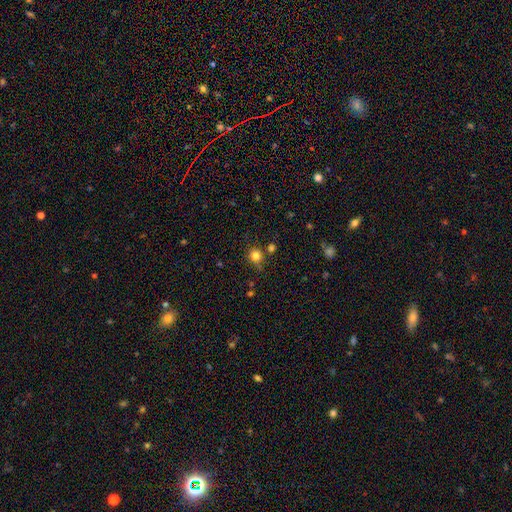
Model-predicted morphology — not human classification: Smooth or featured: smooth — 82% (star or artifact — 13%)
How rounded: round — 90% (in between — 9%)
Merging: none — 81% (minor disturbance — 10%)